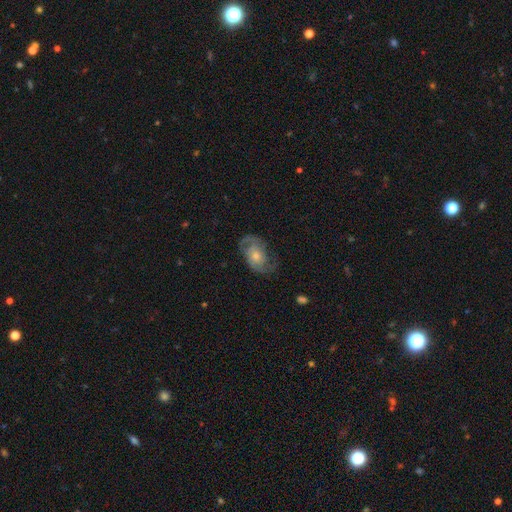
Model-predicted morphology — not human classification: This appears to be a featured or disk galaxy (80%) with no bar (72%), 2 (82%) medium (47%) spiral arms (93%) and a moderate central bulge (49%). Merging: none (73%).